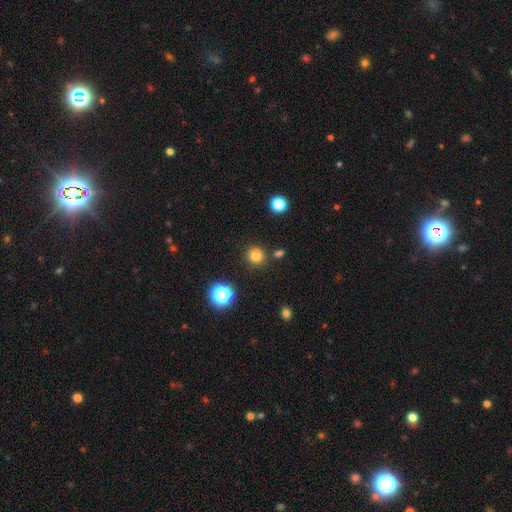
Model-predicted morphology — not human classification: The model was most divided on "smooth or featured": smooth: 79%, star or artifact: 15%, featured or disk: 6%. More confident: how rounded — round (89%); merging — none (83%).